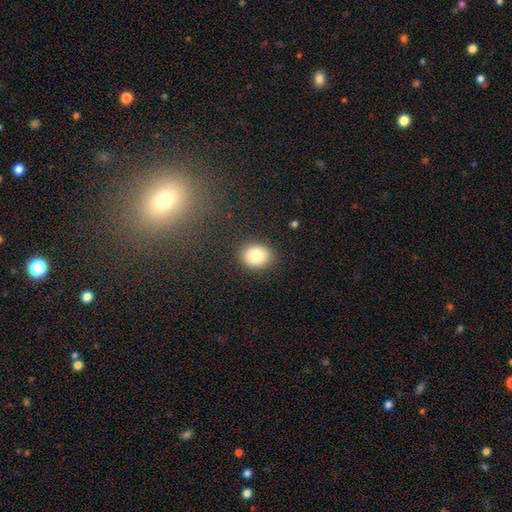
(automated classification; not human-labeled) A smooth galaxy with no disk features (85%) that is in between round and cigar-shaped (51%). Merging: none (87%).